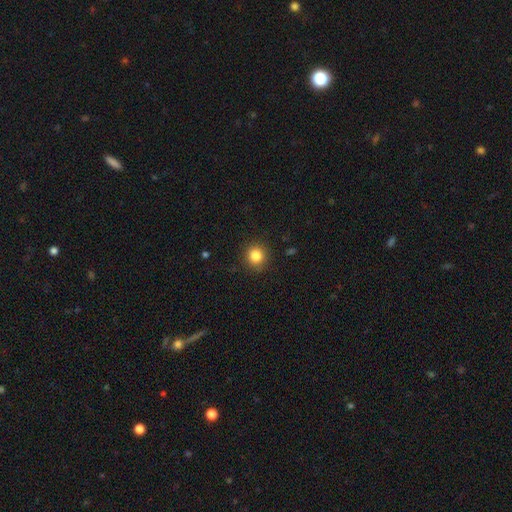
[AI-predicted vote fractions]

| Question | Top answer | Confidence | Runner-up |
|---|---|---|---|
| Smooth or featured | smooth | 84% | star or artifact (11%) |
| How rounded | round | 93% | in between (6%) |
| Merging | none | 90% | minor disturbance (7%) |